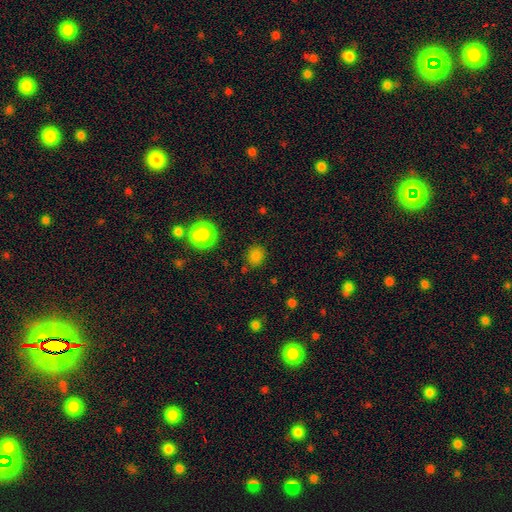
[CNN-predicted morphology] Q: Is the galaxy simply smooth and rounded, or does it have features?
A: smooth — 81%.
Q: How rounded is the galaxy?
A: round — 69%.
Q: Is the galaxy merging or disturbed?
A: none — 81%.